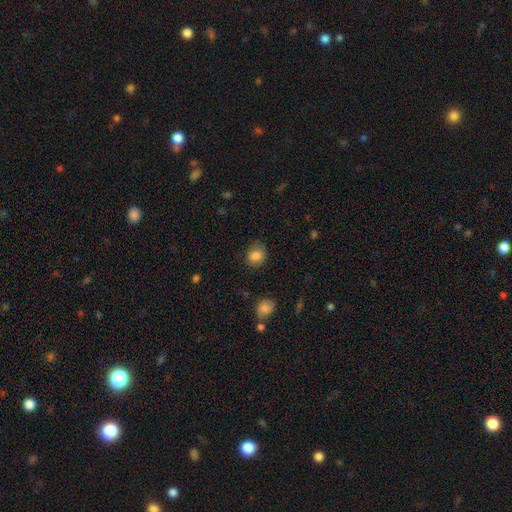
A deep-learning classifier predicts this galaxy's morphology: A smooth galaxy with no disk features (83%) that is round (66%). Merging: none (78%).